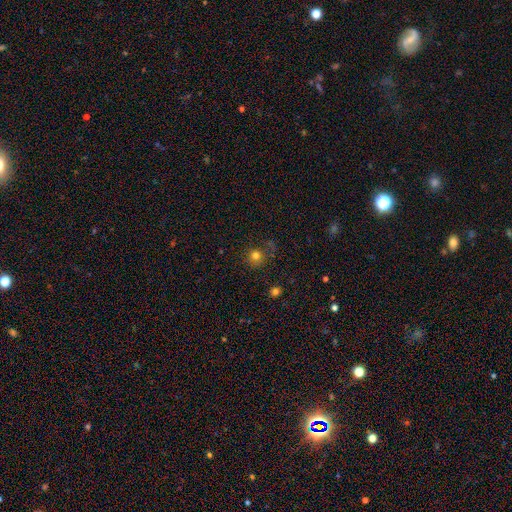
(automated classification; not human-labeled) This is likely a smooth galaxy (76%). How rounded: clearly round (90%). Merging: likely none (72%).